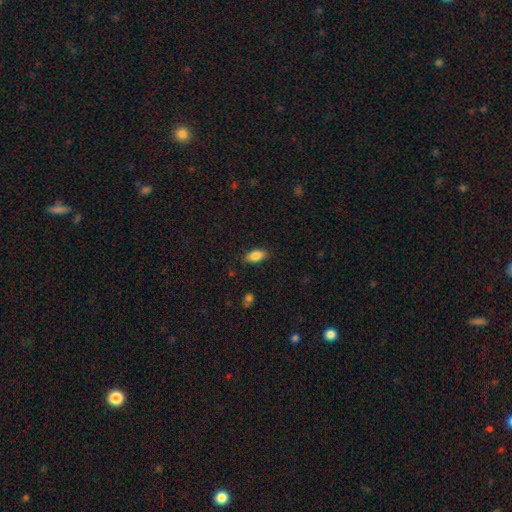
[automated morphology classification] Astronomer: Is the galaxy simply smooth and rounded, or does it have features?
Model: smooth — 86%.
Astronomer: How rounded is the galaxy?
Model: in between — 89%.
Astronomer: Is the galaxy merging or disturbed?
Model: none — 83%.